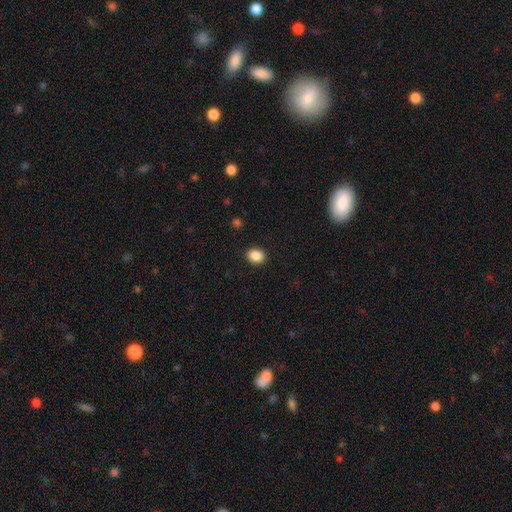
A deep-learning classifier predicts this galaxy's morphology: A smooth galaxy with no disk features (88%) that is round (51%). Merging: none (91%).